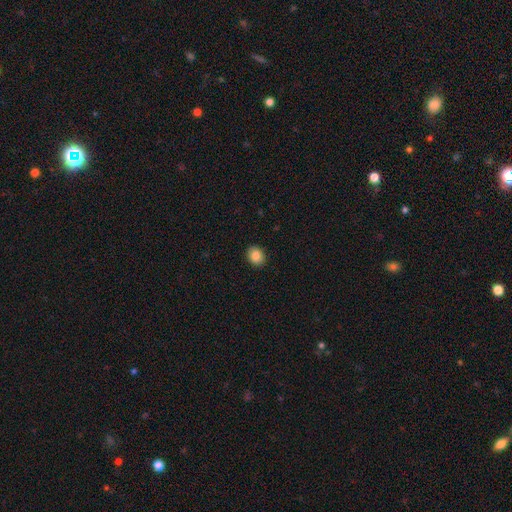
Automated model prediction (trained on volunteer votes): A smooth galaxy with no disk features (85%) that is round (54%). Merging: none (91%).